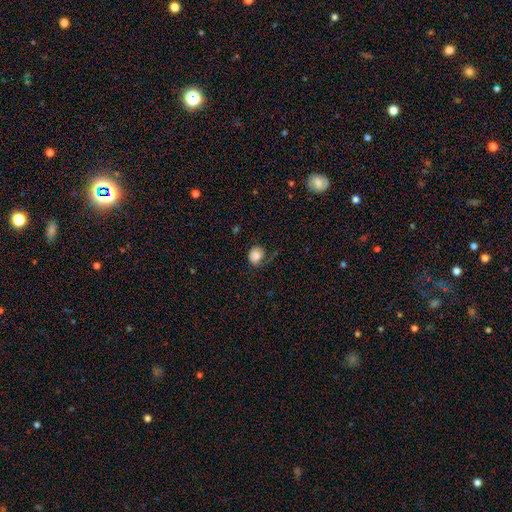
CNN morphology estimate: Smooth or featured? smooth (76%)
How rounded? round (58%)
Merging? none (52%)